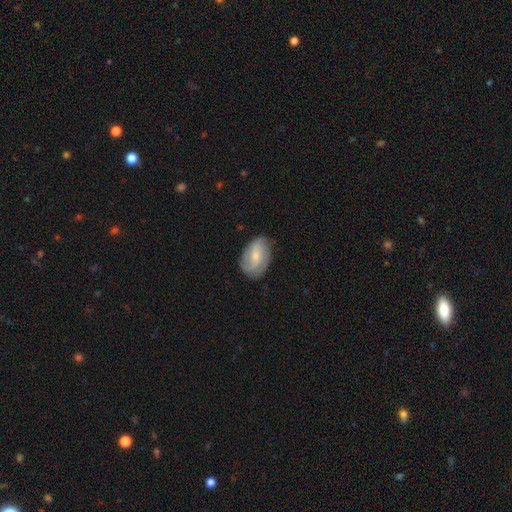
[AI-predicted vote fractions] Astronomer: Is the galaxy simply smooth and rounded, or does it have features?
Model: featured or disk — 60%.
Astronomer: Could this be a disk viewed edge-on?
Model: no — 96%.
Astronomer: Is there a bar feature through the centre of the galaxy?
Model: no — 48% (runner-up: weak, 40%).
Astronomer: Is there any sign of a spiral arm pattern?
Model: yes — 87%.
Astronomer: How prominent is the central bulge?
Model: small — 60%.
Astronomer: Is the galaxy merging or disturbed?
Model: none — 74%.